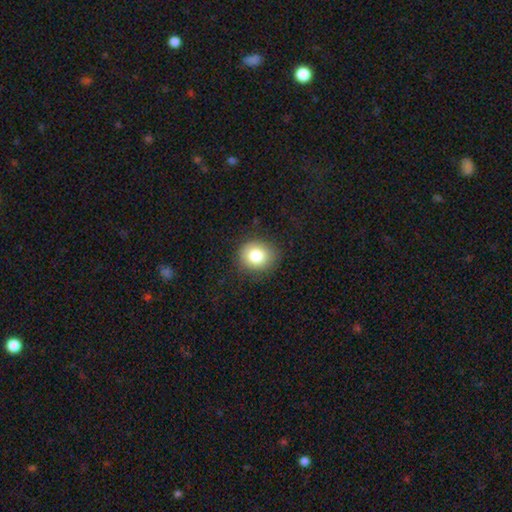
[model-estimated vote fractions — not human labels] Q: Smooth or featured?
A: smooth (81%); runner-up: star or artifact (10%)
Q: How rounded?
A: round (77%); runner-up: in between (23%)
Q: Merging?
A: none (85%); runner-up: minor disturbance (10%)